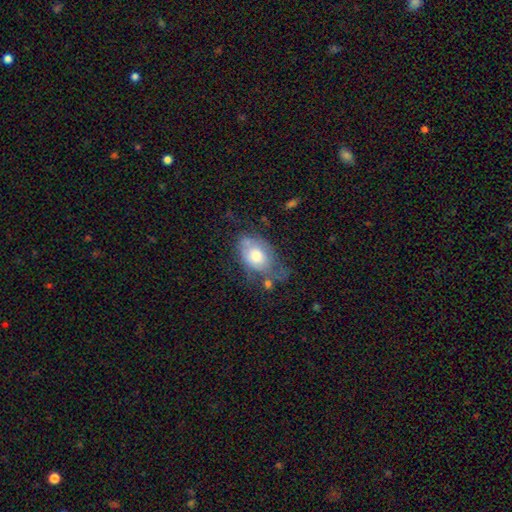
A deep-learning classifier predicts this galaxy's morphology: A smooth galaxy with no disk features (60%) that is in between round and cigar-shaped (86%). Merging: none (36%).